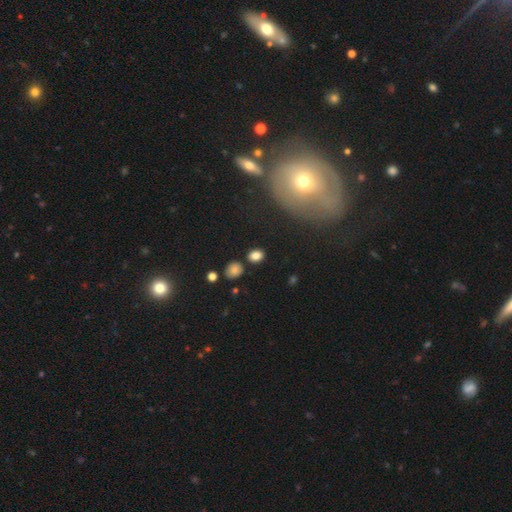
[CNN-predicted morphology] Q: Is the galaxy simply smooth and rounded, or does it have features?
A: smooth — 83%.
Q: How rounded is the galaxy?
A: in between — 65%.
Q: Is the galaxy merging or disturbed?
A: none — 80%.